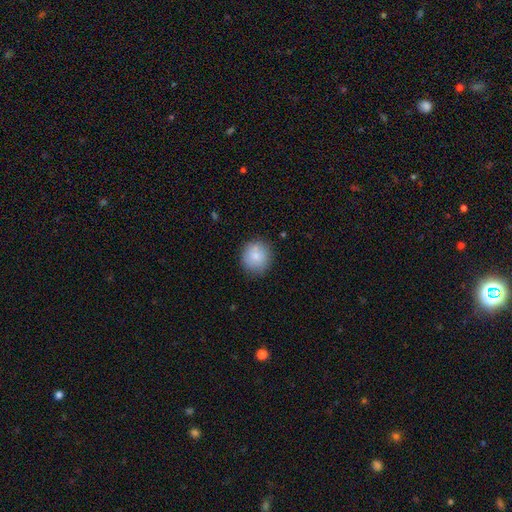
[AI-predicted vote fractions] smooth-or-featured: smooth: 83% | featured or disk: 9% | star or artifact: 8%
  how-rounded: round: 89% | in between: 10% | cigar-shaped: 1%
  merging: none: 83% | minor disturbance: 12% | major disturbance: 3% | merger: 2%